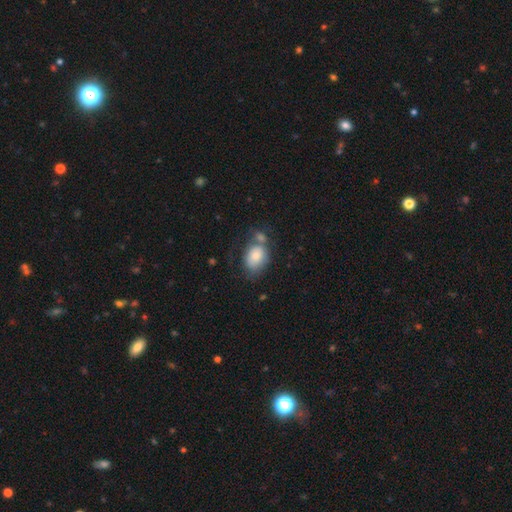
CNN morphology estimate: Overall: smooth (81%). How rounded: in between (78%). Merging: none (40%; merger 28%).